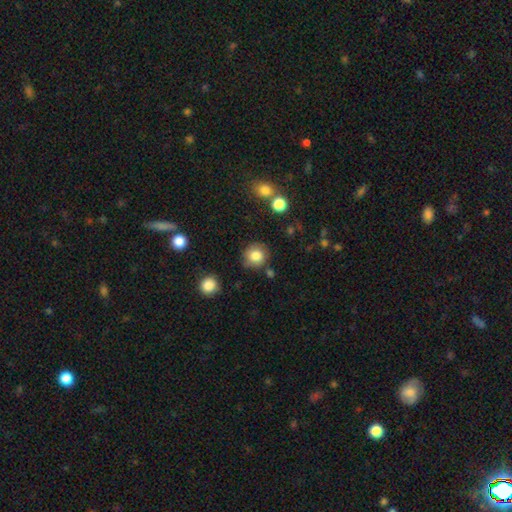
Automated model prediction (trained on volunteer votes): Morphology: type=smooth (83%); roundness=round (88%); merging=none (80%).